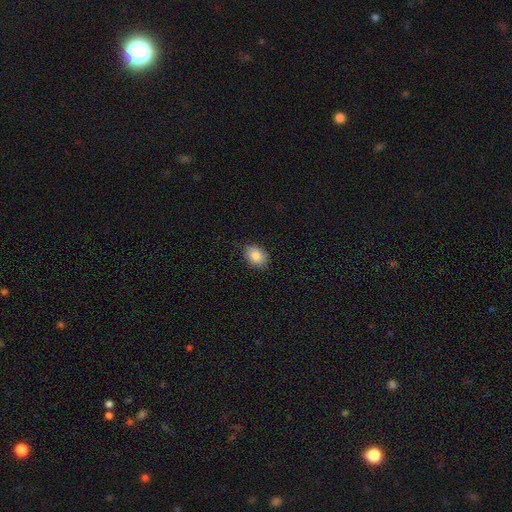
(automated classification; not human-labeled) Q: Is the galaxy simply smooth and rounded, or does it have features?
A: smooth — 85%.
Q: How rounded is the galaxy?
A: in between — 78%.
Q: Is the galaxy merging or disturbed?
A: none — 87%.